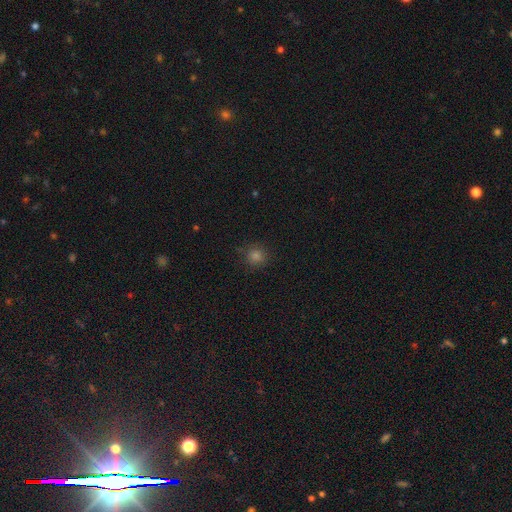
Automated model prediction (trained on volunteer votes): This appears to be a smooth galaxy with no disk features (76%) that is round (93%). Merging: none (88%).